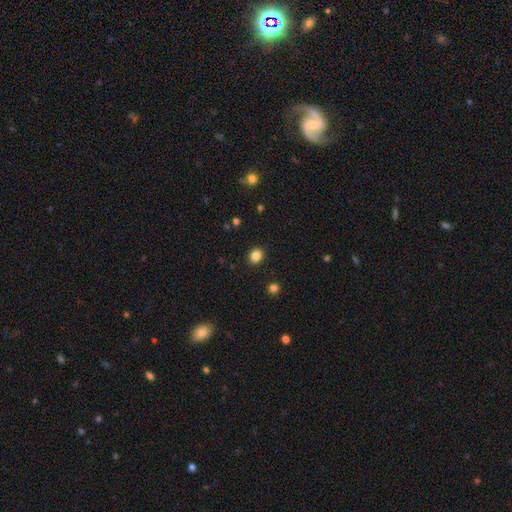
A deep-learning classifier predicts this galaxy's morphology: A smooth galaxy with no disk features (85%) that is round (62%). Merging: none (90%).